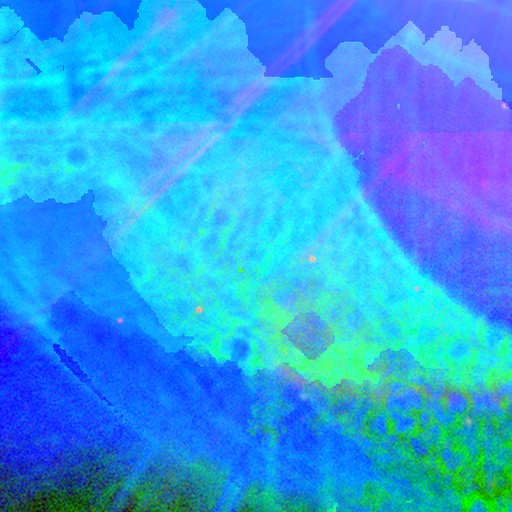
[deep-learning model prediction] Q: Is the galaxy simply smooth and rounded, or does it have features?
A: star or artifact — 83%.